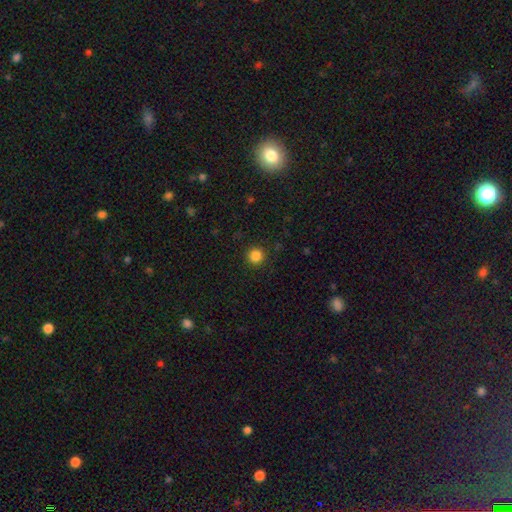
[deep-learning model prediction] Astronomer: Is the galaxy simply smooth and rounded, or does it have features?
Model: smooth — 85%.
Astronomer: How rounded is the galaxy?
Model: round — 95%.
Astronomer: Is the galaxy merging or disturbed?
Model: none — 92%.